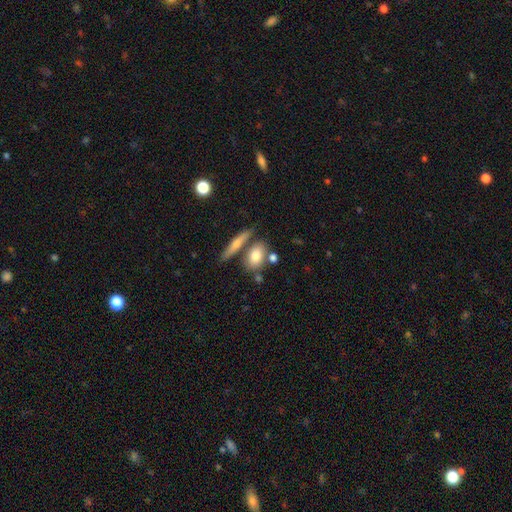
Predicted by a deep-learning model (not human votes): Smooth or featured?
  - smooth: 75% *
  - featured or disk: 17%
  - star or artifact: 7%
How rounded?
  - in between: 72% *
  - round: 17%
  - cigar-shaped: 11%
Merging?
  - none: 59% *
  - merger: 23%
  - minor disturbance: 13%
  - major disturbance: 4%